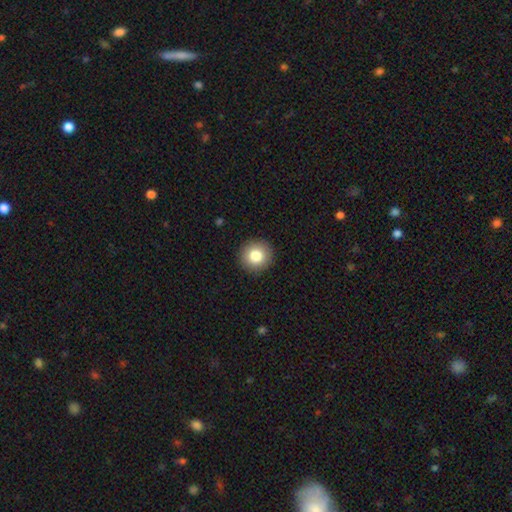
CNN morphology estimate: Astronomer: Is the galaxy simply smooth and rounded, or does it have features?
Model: smooth — 81%.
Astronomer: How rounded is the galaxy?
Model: round — 94%.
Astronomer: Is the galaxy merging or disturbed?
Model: none — 92%.